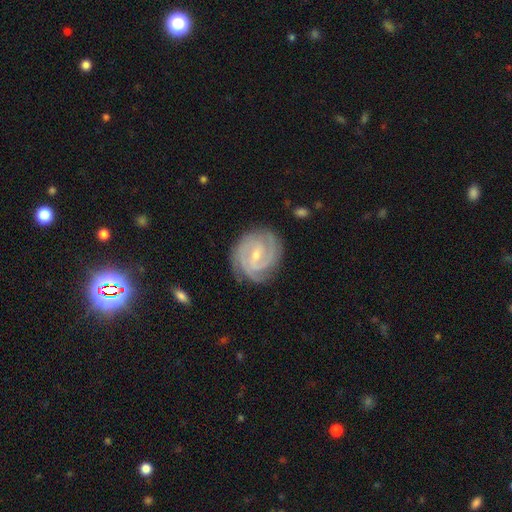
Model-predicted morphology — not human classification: Smooth or featured? Predicted: featured or disk (p=0.90). Edge-on disk? Predicted: no (p=0.98). Bar? Predicted: weak (p=0.52). Spiral arms? Predicted: yes (p=0.98). Spiral winding? Predicted: tight (p=0.73). Spiral arm count? Predicted: 3 (p=0.36). Bulge size? Predicted: small (p=0.68). Merging? Predicted: none (p=0.80).